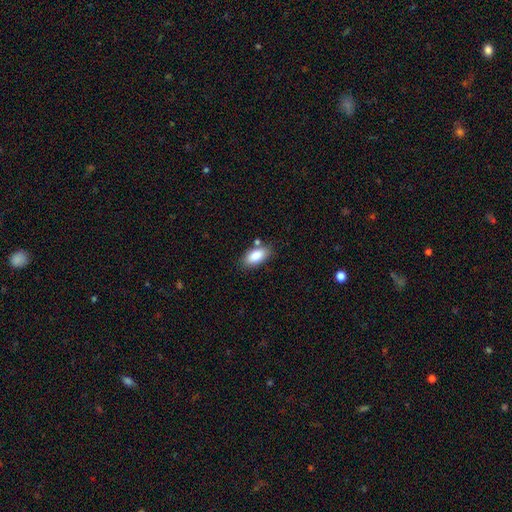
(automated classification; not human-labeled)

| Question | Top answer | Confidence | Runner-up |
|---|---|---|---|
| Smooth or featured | smooth | 85% | featured or disk (8%) |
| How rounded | in between | 92% | cigar-shaped (5%) |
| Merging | none | 77% | minor disturbance (12%) |